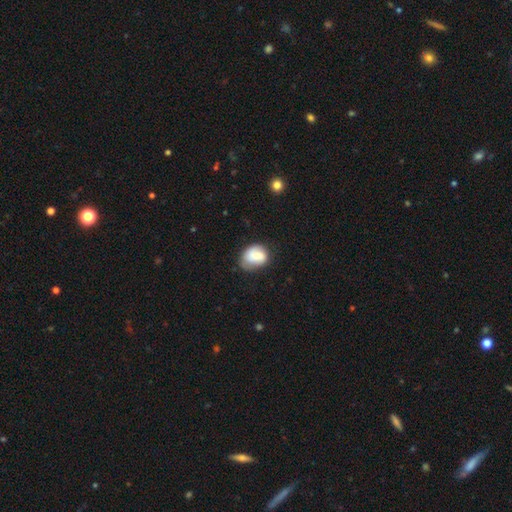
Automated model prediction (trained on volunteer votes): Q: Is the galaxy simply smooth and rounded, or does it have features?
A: smooth — 71%.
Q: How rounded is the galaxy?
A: in between — 53%.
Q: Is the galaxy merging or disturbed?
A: none — 50%.